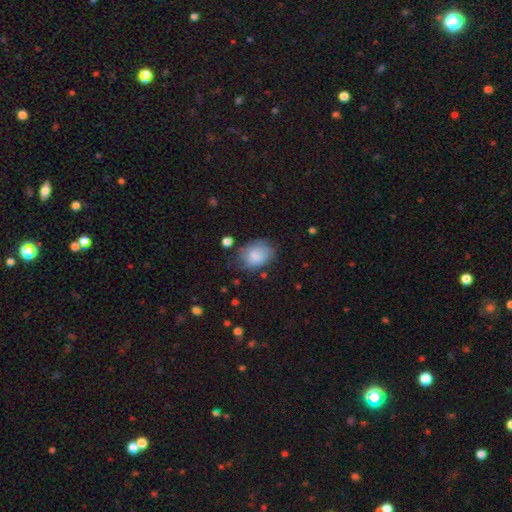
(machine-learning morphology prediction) Smooth or featured? smooth (78%)
How rounded? in between (67%)
Merging? none (57%)